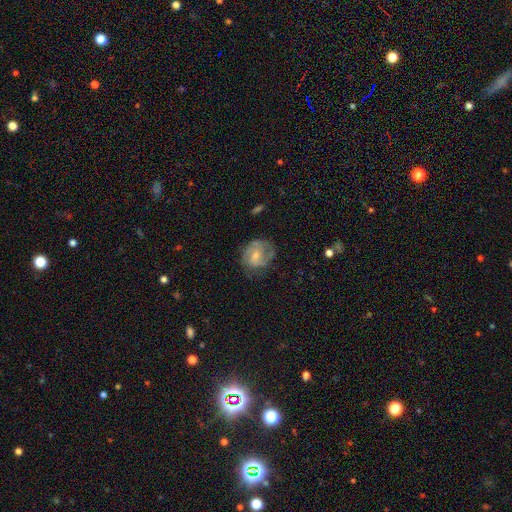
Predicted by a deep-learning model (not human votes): Morphology: type=featured or disk (54%); edge-on=no (97%); bar=no (53%); spiral arms=yes (71%); bulge=small (47%); merging=none (54%).